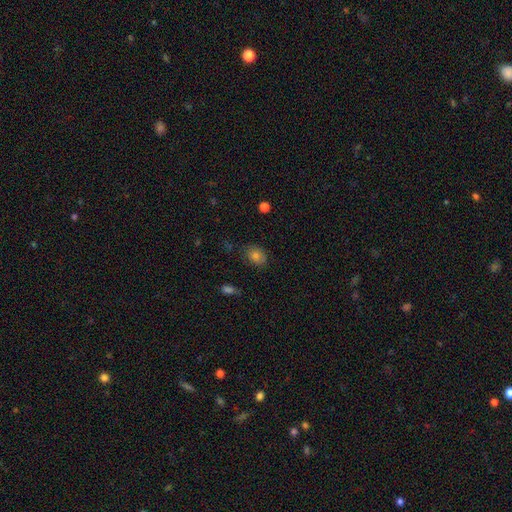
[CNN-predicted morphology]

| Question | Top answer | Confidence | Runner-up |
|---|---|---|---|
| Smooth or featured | smooth | 76% | star or artifact (14%) |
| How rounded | in between | 65% | round (34%) |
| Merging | none | 77% | minor disturbance (17%) |